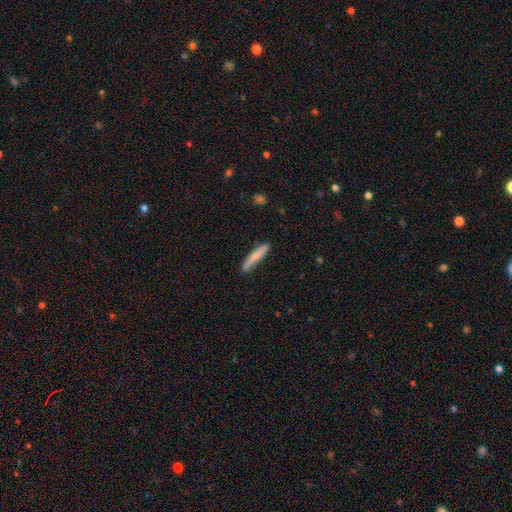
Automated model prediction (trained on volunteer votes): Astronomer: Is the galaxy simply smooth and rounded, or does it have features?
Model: smooth — 70%.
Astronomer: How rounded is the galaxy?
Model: cigar-shaped — 91%.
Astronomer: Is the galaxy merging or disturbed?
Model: none — 75%.